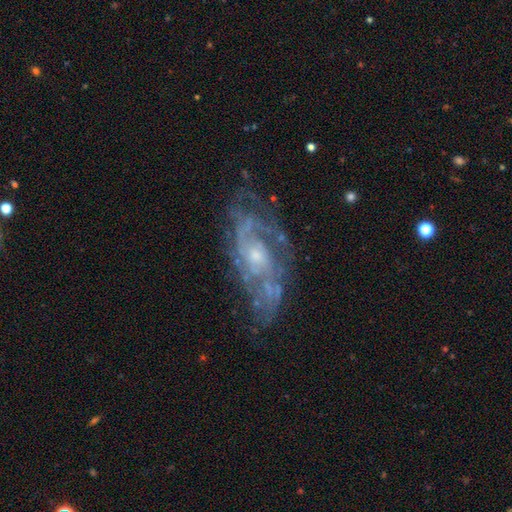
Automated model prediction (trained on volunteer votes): Morphology: type=featured or disk (82%); edge-on=no (93%); bar=no (69%); spiral arms=yes (87%); winding=tight (43%); arm count=can't tell (37%, tied with 2); bulge=small (57%); merging=none (64%).